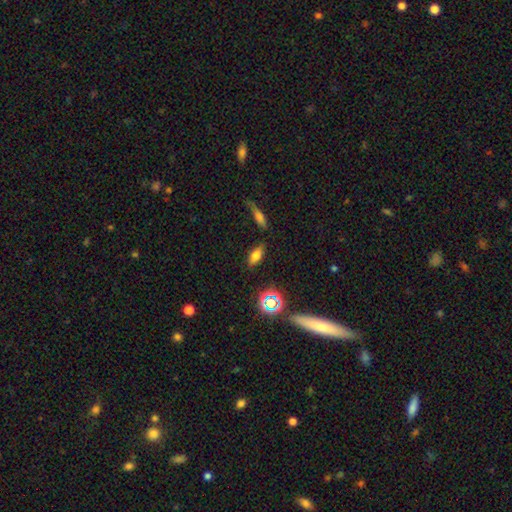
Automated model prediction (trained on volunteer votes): This appears to be a smooth galaxy with no disk features (69%) that is in between round and cigar-shaped (77%). Merging: none (83%).